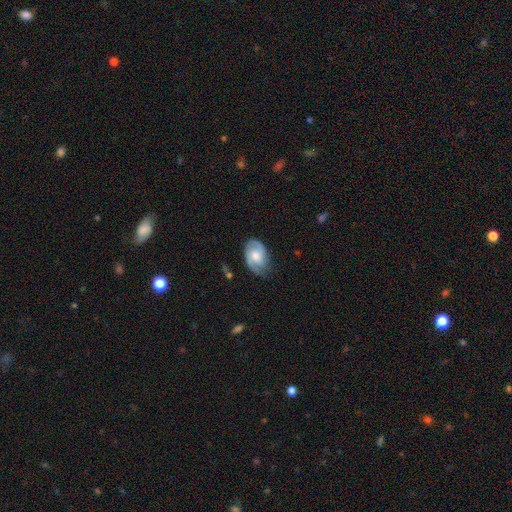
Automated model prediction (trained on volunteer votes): The model was most divided on "spiral winding": medium: 43%, tight: 42%, loose: 16%. More confident: edge-on disk — no (96%); spiral arms — yes (92%); smooth or featured — featured or disk (69%); spiral arm count — 2 (65%); merging — none (63%); bulge size — moderate (59%); bar — no (59%).